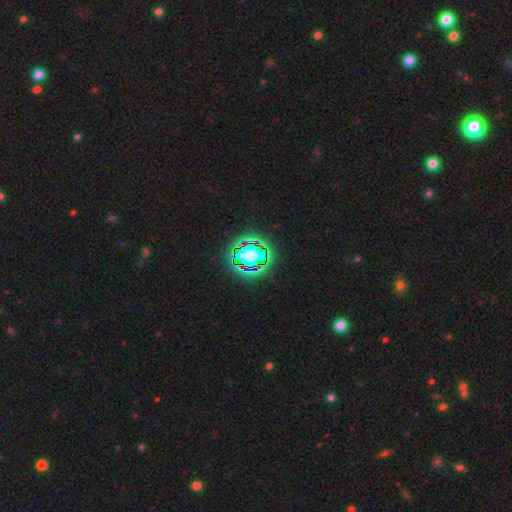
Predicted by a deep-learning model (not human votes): A star or artifact, not a galaxy (80%).